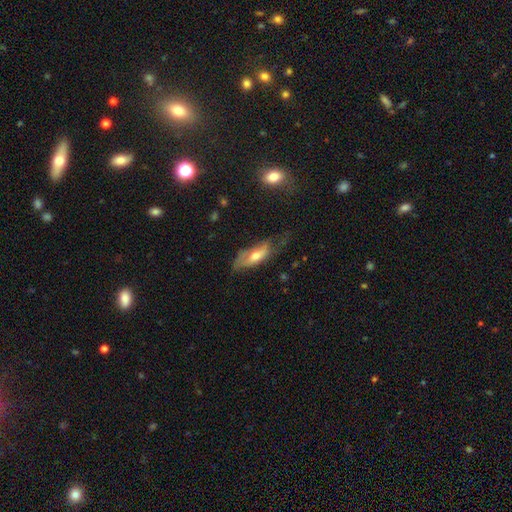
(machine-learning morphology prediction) Overall: smooth (49%; featured or disk 43%). Merging: none (43%; minor disturbance 33%).